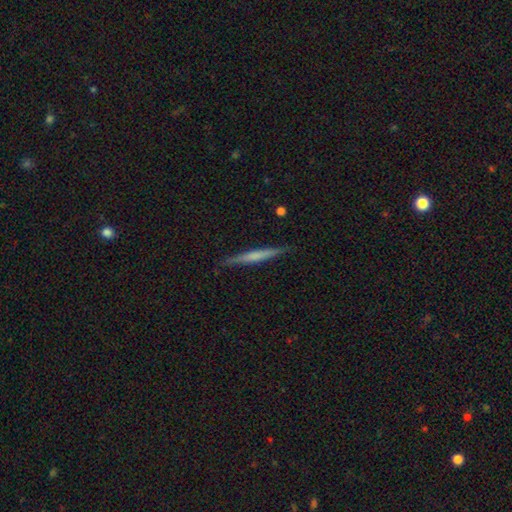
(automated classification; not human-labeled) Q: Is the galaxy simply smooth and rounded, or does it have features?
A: smooth — 47%, tied with featured or disk.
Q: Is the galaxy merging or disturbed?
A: none — 89%.